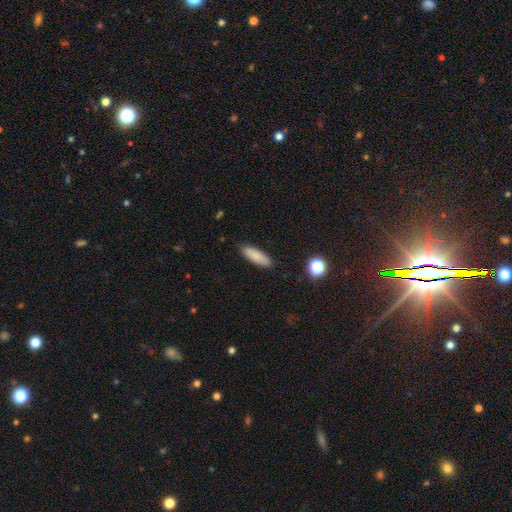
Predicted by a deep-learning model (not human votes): Overall: smooth (84%). How rounded: in between (53%; cigar-shaped 45%). Merging: none (86%).